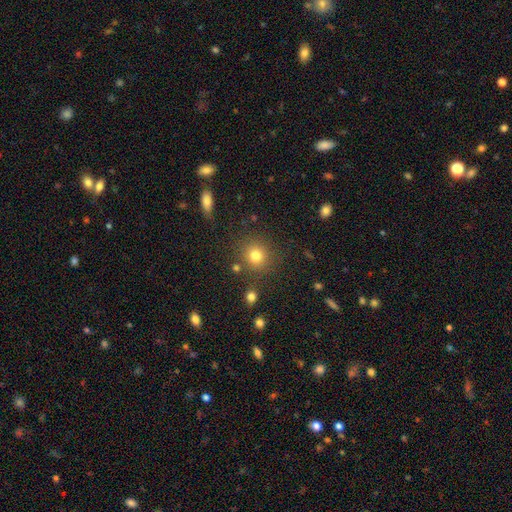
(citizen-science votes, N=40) Smooth or featured? smooth (85%)
How rounded? round (88%)
Merging? none (75%)